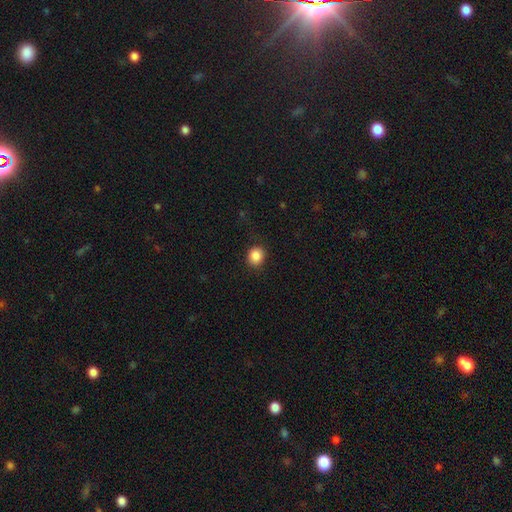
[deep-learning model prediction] smooth 87%, star or artifact 9%, featured or disk 3%. Down the decision tree: how rounded — round (80%); merging — none (88%).